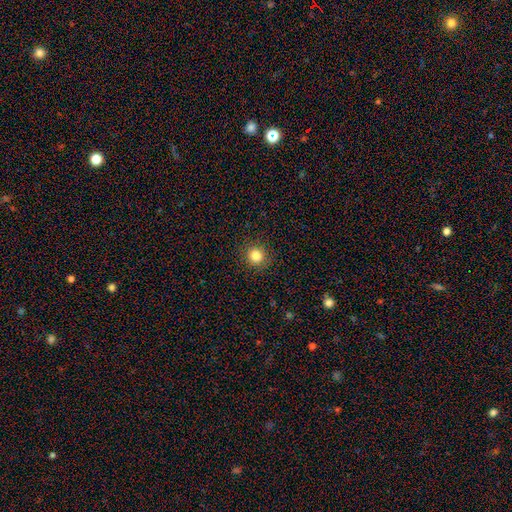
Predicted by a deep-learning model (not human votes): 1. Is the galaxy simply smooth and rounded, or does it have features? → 83% smooth, 12% star or artifact, 5% featured or disk.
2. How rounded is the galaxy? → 94% round, 5% in between, 1% cigar-shaped.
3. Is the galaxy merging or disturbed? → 91% none, 6% minor disturbance, 2% major disturbance, 1% merger.